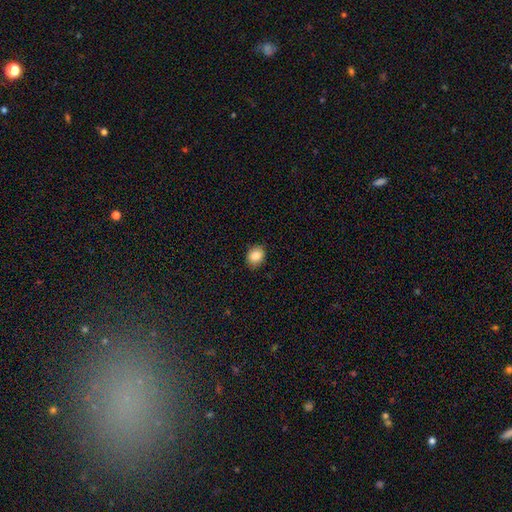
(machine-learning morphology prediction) smooth-or-featured: smooth: 85% | star or artifact: 9% | featured or disk: 6%
  how-rounded: round: 53% | in between: 47% | cigar-shaped: 1%
  merging: none: 89% | minor disturbance: 9% | major disturbance: 2% | merger: 1%